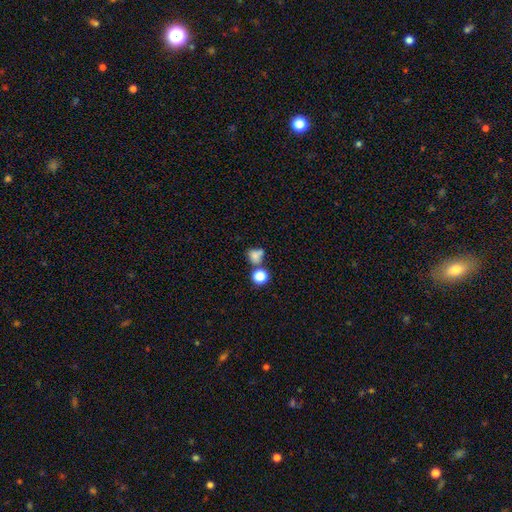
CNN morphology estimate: Smooth or featured?
  - smooth: 75% *
  - star or artifact: 15%
  - featured or disk: 10%
How rounded?
  - round: 67% *
  - in between: 31%
  - cigar-shaped: 2%
Merging?
  - none: 45% *
  - merger: 31%
  - minor disturbance: 15%
  - major disturbance: 8%